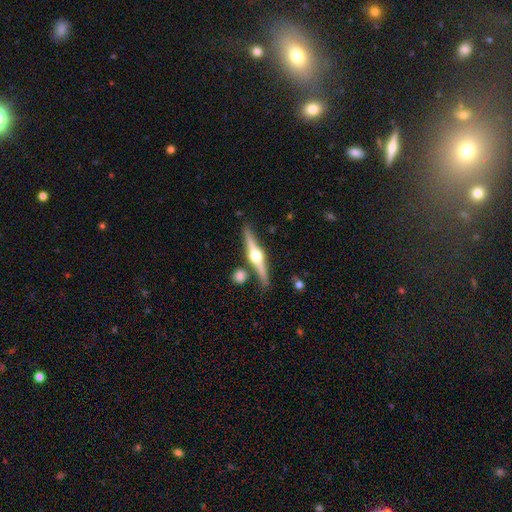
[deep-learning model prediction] Q: Smooth or featured?
A: featured or disk (84%); runner-up: smooth (12%)
Q: Edge-on disk?
A: yes (98%); runner-up: no (2%)
Q: Edge-on bulge?
A: rounded (96%); runner-up: boxy (3%)
Q: Merging?
A: none (84%); runner-up: minor disturbance (8%)